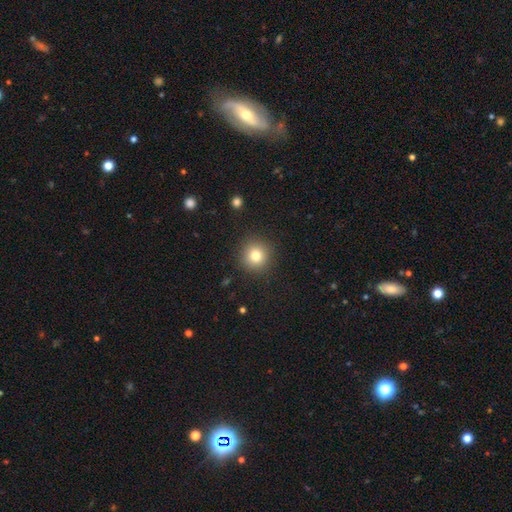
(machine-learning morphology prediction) Overall: smooth (79%). How rounded: round (94%). Merging: none (90%).